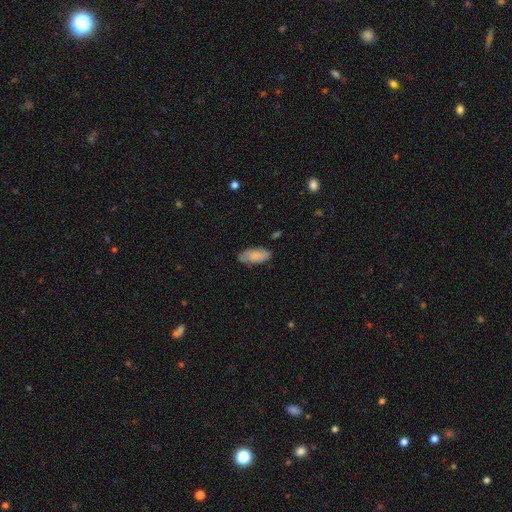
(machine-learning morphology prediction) A smooth galaxy with no disk features (72%) that is in between round and cigar-shaped (91%). Merging: none (73%).